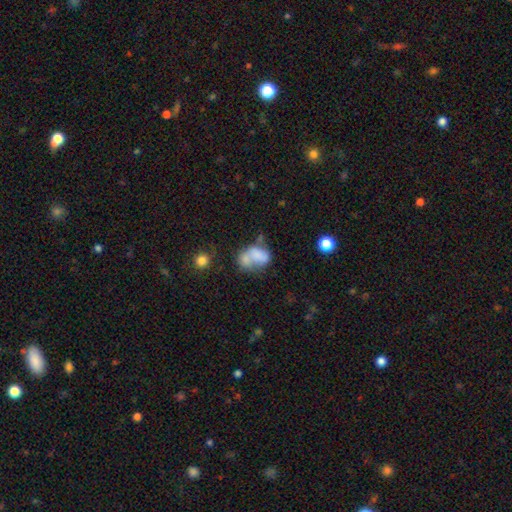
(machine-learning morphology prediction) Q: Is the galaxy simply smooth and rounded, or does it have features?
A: smooth — 62%.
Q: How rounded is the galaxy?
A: in between — 76%.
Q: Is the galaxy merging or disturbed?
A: merger — 42%.